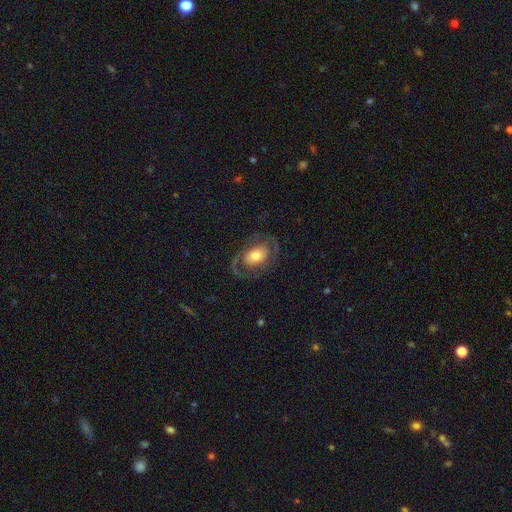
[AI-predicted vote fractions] smooth_or_featured: featured or disk (p=0.65) [alt: smooth p=0.29]
disk_edge_on: no (p=0.94) [alt: yes p=0.06]
bar: no (p=0.72) [alt: weak p=0.20]
has_spiral_arms: yes (p=0.68) [alt: no p=0.32]
bulge_size: moderate (p=0.54) [alt: large p=0.21]
merging: none (p=0.70) [alt: minor disturbance p=0.15]